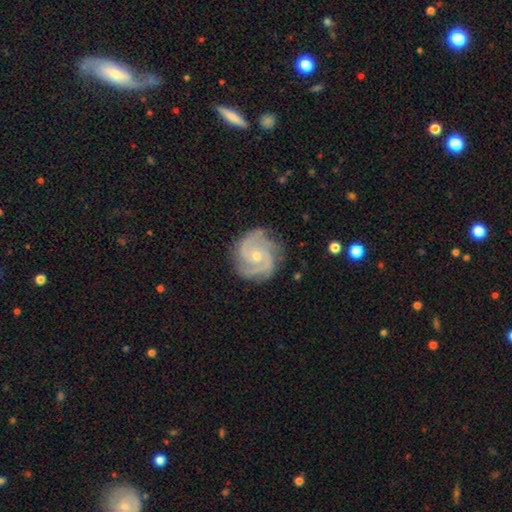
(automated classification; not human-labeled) Overall: featured or disk (90%). Edge-on disk: no (98%). Bar: no (67%). Spiral arms: yes (98%). Spiral arm count: 3 (42%; 2 40%). Spiral winding: tight (53%; medium 41%). Bulge size: small (59%; moderate 38%). Merging: none (81%).